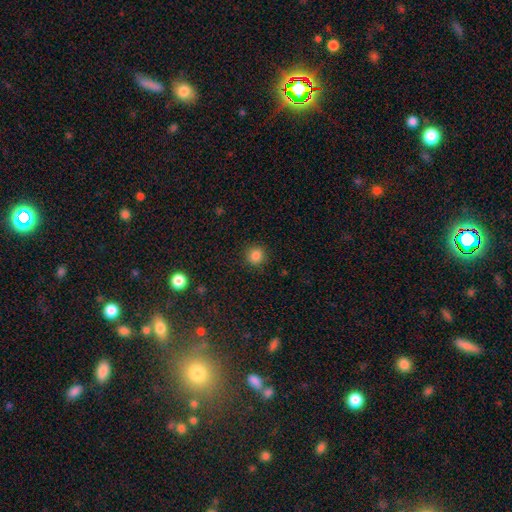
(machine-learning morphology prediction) Smooth or featured: smooth — 85% (star or artifact — 11%)
How rounded: round — 93% (in between — 6%)
Merging: none — 90% (minor disturbance — 6%)